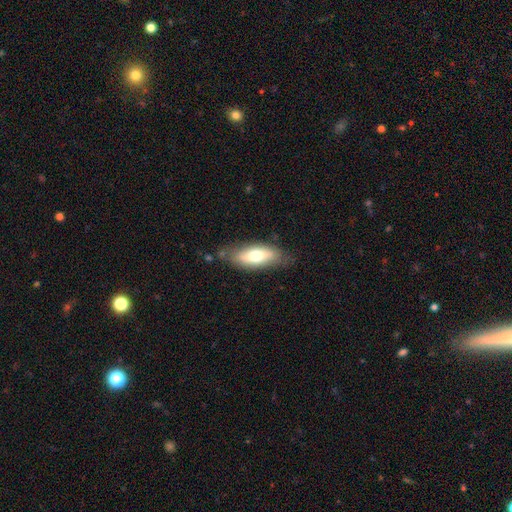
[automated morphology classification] smooth_or_featured: smooth (p=0.66) [alt: featured or disk p=0.28]
how_rounded: in between (p=0.77) [alt: cigar-shaped p=0.21]
merging: none (p=0.71) [alt: minor disturbance p=0.21]